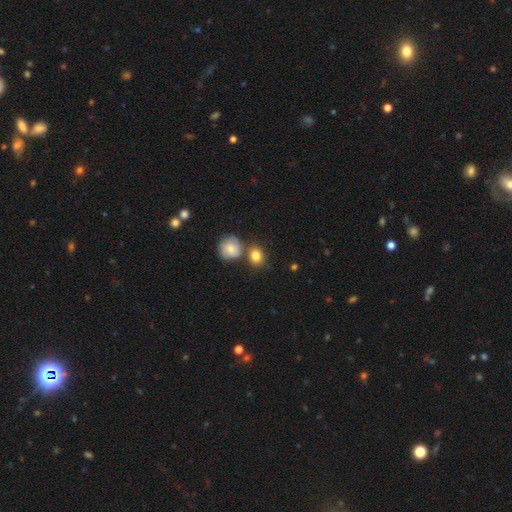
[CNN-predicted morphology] Smooth or featured?
  - smooth: 83% *
  - featured or disk: 9%
  - star or artifact: 8%
How rounded?
  - round: 69% *
  - in between: 29%
  - cigar-shaped: 1%
Merging?
  - none: 63% *
  - merger: 21%
  - minor disturbance: 12%
  - major disturbance: 4%